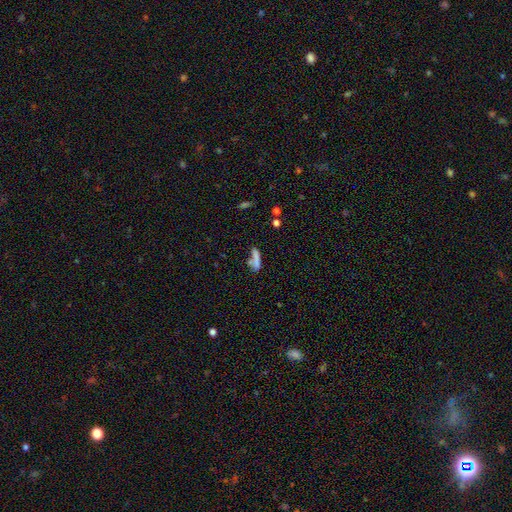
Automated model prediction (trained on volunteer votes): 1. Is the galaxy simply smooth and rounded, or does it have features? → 70% smooth, 18% featured or disk, 13% star or artifact.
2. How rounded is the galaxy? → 74% cigar-shaped, 22% in between, 4% round.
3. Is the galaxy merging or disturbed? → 54% none, 22% merger, 16% minor disturbance, 8% major disturbance.